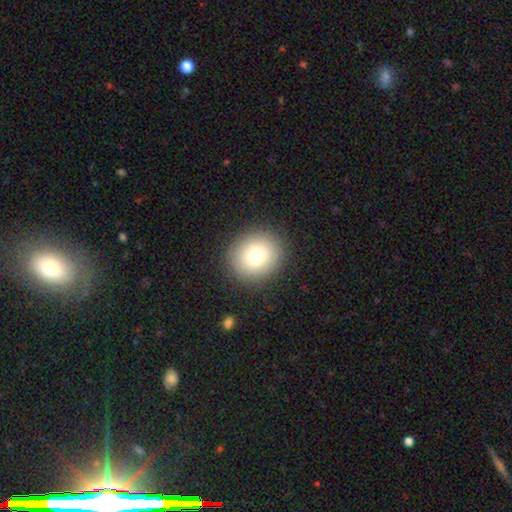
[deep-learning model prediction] Q: Smooth or featured?
A: smooth (80%); runner-up: featured or disk (11%)
Q: How rounded?
A: round (80%); runner-up: in between (20%)
Q: Merging?
A: none (89%); runner-up: minor disturbance (7%)